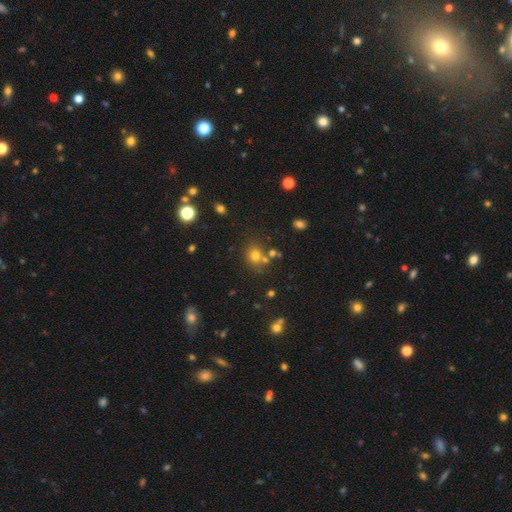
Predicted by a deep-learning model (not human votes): smooth 69%, star or artifact 22%, featured or disk 9%. Down the decision tree: how rounded — round (79%); merging — none (67%).